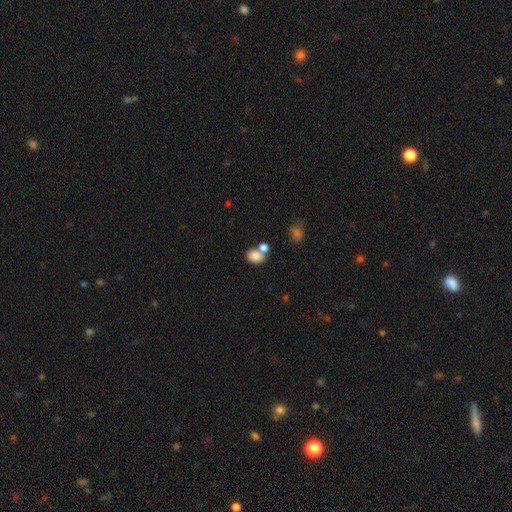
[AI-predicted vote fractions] Smooth or featured: smooth — 82% (star or artifact — 9%)
How rounded: in between — 72% (round — 26%)
Merging: merger — 42% (none — 41%)